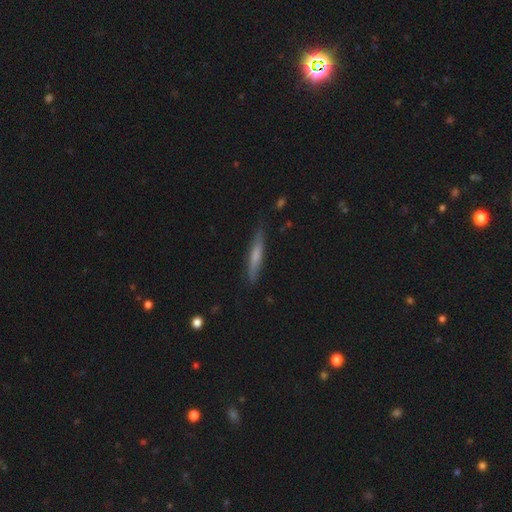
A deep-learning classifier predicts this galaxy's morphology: smooth-or-featured: smooth: 56% | featured or disk: 37% | star or artifact: 6%
  how-rounded: cigar-shaped: 93% | in between: 6% | round: 1%
  merging: none: 84% | minor disturbance: 13% | major disturbance: 2% | merger: 1%